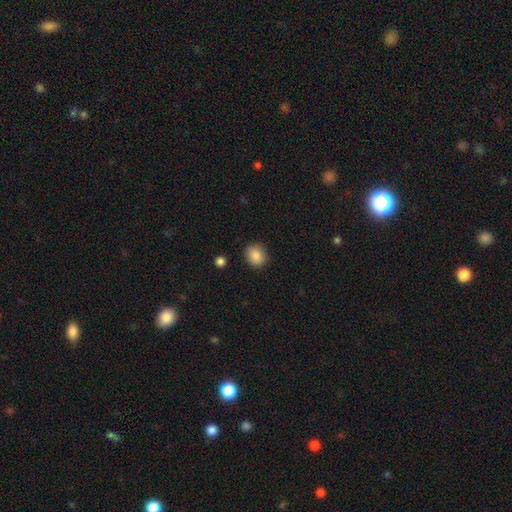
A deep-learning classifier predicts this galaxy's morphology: smooth 86%, star or artifact 9%, featured or disk 5%. Down the decision tree: how rounded — round (74%); merging — none (88%).